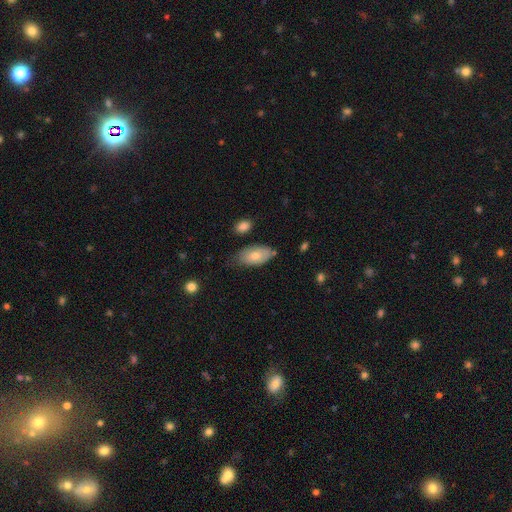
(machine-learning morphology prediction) Smooth or featured: smooth — 76% (featured or disk — 18%)
How rounded: in between — 94% (round — 4%)
Merging: none — 63% (minor disturbance — 27%)